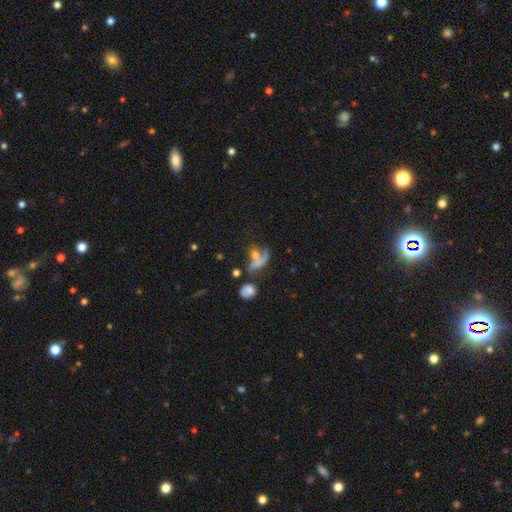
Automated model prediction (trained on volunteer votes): This is marginally a featured or disk galaxy (42%). Merging: marginally merger (32%).